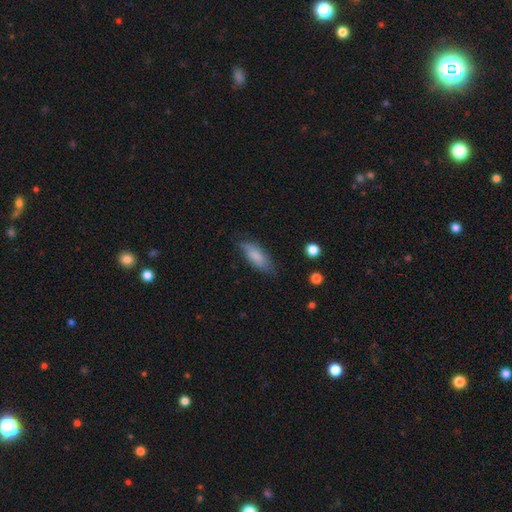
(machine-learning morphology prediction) This appears to be a smooth galaxy with no disk features (80%) that is in between round and cigar-shaped (71%). Merging: none (67%).